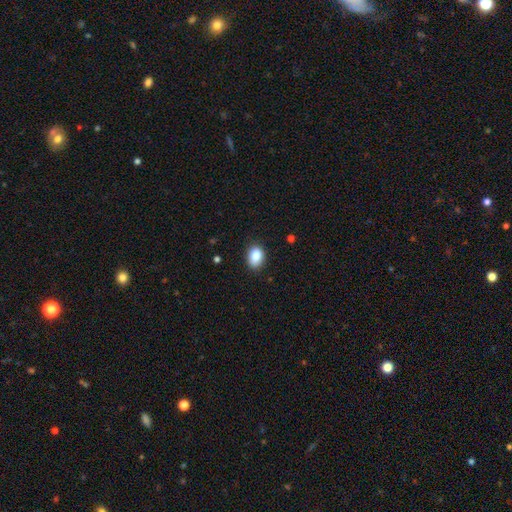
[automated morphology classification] smooth-or-featured: smooth: 86% | star or artifact: 8% | featured or disk: 6%
  how-rounded: in between: 75% | round: 24% | cigar-shaped: 1%
  merging: none: 86% | minor disturbance: 11% | major disturbance: 2% | merger: 1%